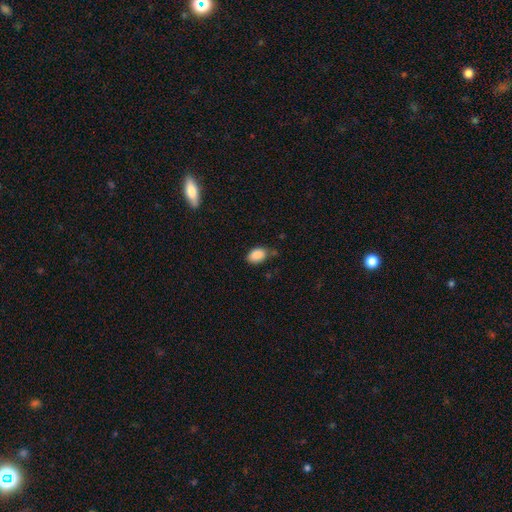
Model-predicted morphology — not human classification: type=smooth (89%); roundness=in between (88%); merging=none (70%).